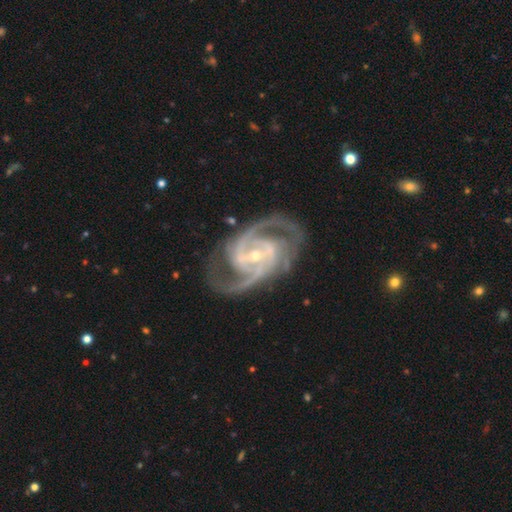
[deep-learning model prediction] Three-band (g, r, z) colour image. It shows a featured or disk galaxy (93%) with a weak bar (41%), 2 (62%) medium (57%) spiral arms (98%) and a small central bulge (65%). Merging: none (73%).